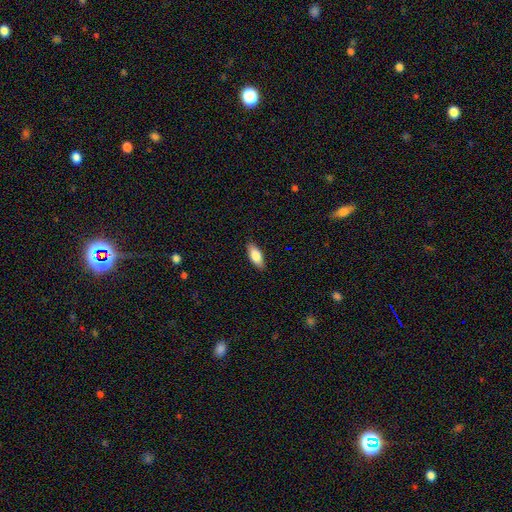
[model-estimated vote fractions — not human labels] smooth 82%, featured or disk 12%, star or artifact 6%. Down the decision tree: how rounded — in between (82%); merging — none (88%).